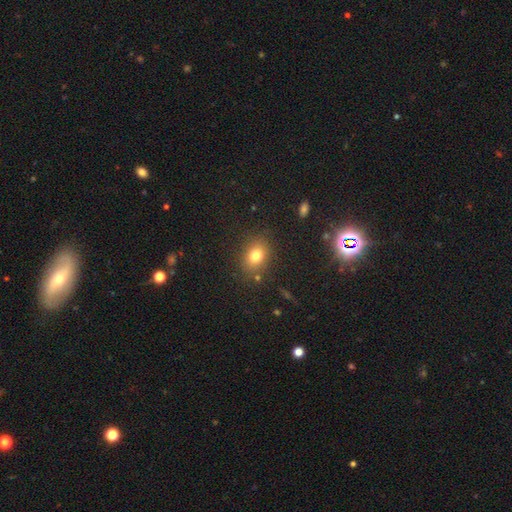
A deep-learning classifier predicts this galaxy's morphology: The model was most divided on "how rounded": in between: 64%, round: 35%, cigar-shaped: 1%. More confident: merging — none (82%); smooth or featured — smooth (78%).